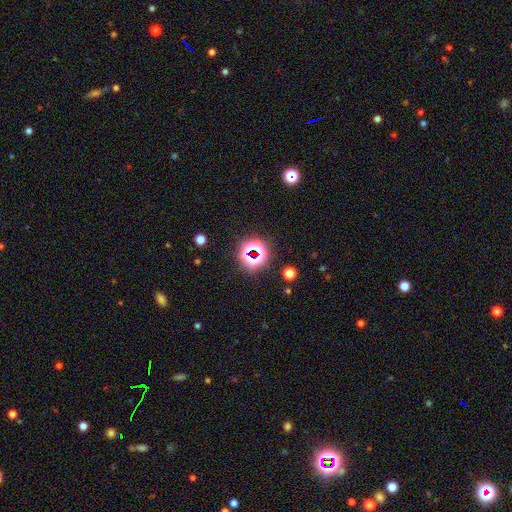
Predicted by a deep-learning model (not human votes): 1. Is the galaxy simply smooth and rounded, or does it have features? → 69% star or artifact, 21% smooth, 10% featured or disk.